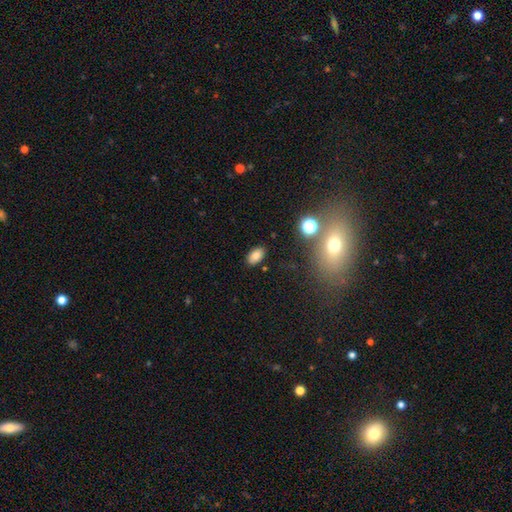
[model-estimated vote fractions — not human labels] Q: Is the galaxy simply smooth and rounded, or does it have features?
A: smooth — 80%.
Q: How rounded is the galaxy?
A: in between — 91%.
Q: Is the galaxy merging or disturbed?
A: none — 86%.